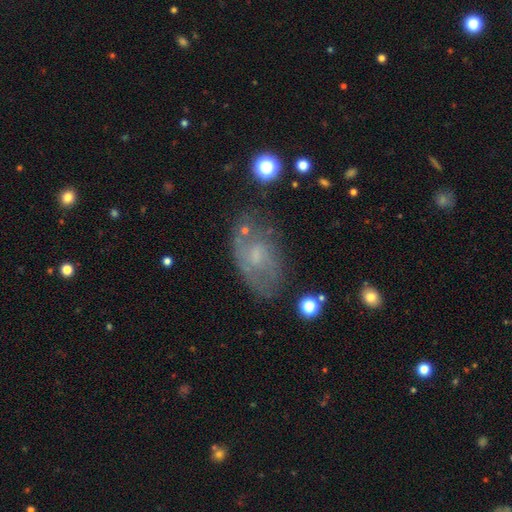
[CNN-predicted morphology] Smooth or featured? featured or disk (55%)
Edge-on disk? no (94%)
Bar? no (53%)
Spiral arms? yes (65%)
Bulge size? small (48%)
Merging? none (59%)